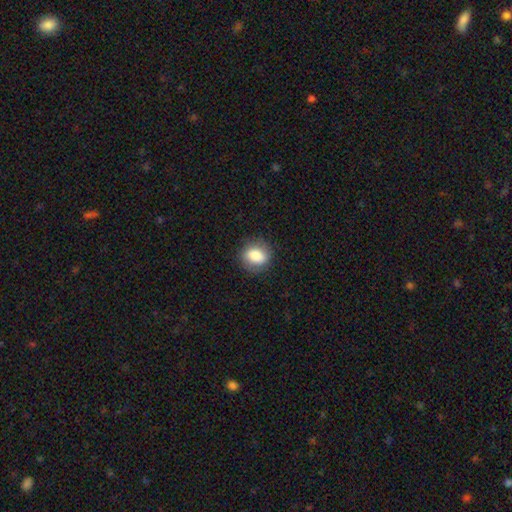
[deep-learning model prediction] smooth 81%, featured or disk 11%, star or artifact 8%. Down the decision tree: how rounded — round (57%); merging — none (83%).